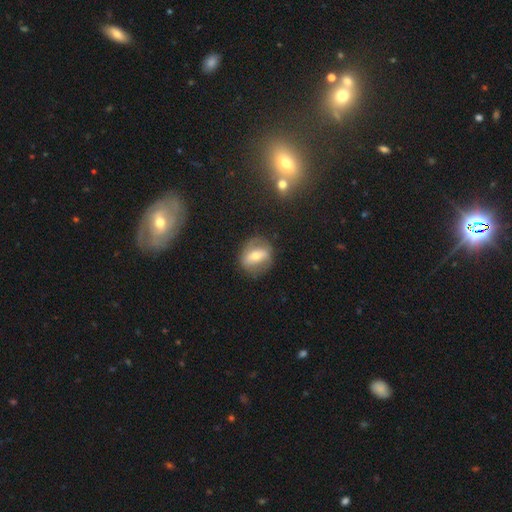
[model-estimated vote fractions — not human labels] This is possibly a featured or disk galaxy (48%). Merging: likely none (76%).